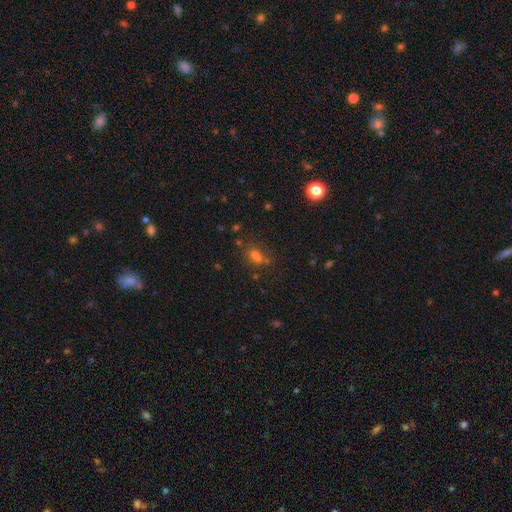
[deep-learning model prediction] smooth 53%, star or artifact 32%, featured or disk 14%. Down the decision tree: how rounded — round (68%); merging — none (49%).